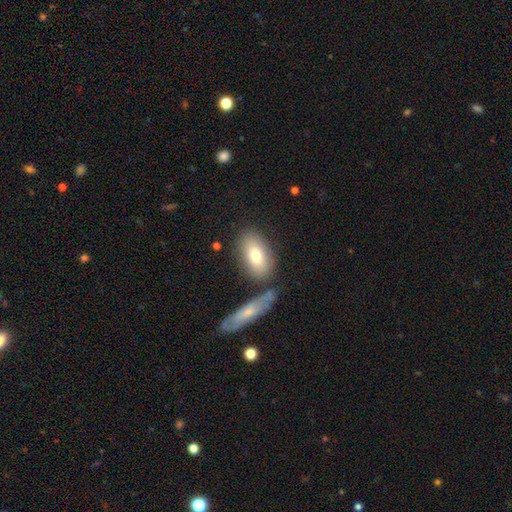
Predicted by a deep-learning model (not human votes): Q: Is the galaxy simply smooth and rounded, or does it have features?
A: smooth — 72%.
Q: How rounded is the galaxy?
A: in between — 87%.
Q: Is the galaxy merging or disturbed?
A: none — 69%.